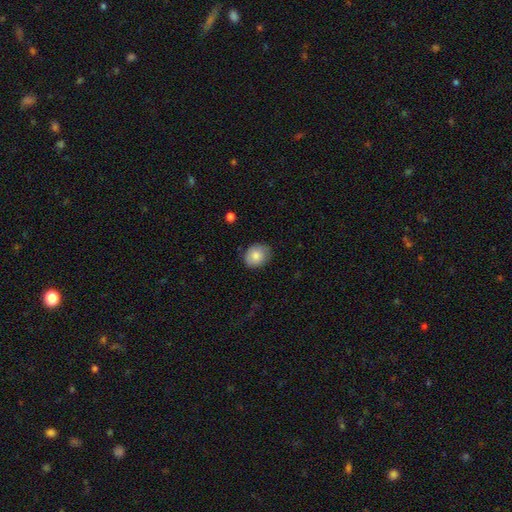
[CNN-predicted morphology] Smooth or featured? Predicted: smooth (p=0.82). How rounded? Predicted: round (p=0.56). Merging? Predicted: none (p=0.79).